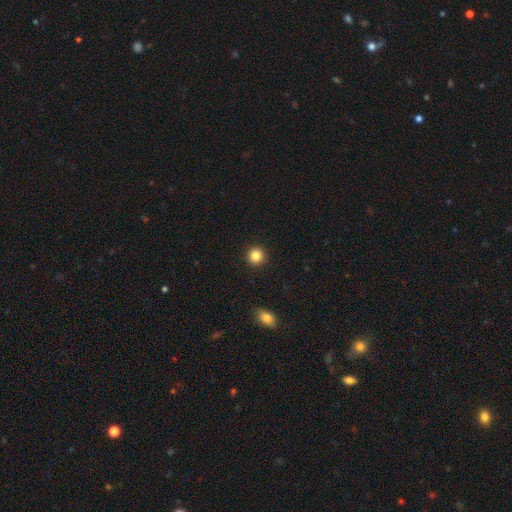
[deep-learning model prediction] Smooth or featured: smooth — 85% (star or artifact — 11%)
How rounded: round — 95% (in between — 4%)
Merging: none — 93% (minor disturbance — 5%)